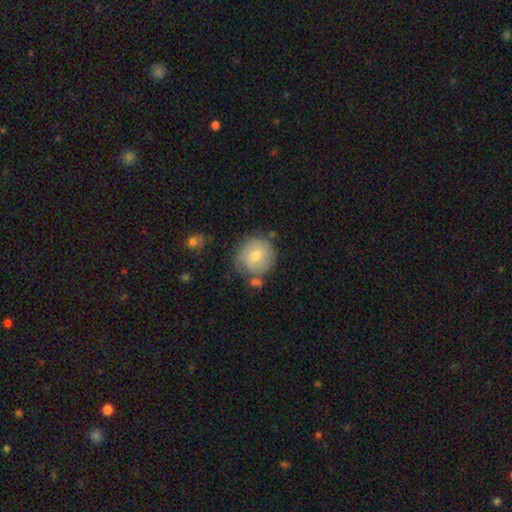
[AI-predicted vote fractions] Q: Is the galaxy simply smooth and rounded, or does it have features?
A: smooth — 62%.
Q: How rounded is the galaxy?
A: round — 89%.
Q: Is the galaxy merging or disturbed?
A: none — 60%.